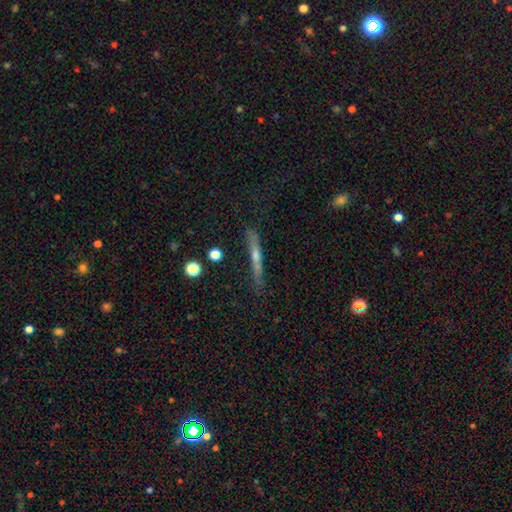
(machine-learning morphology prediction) This appears to be a featured or disk galaxy (58%) viewed edge-on (94%) with a rounded central bulge (64%). Merging: none (77%).